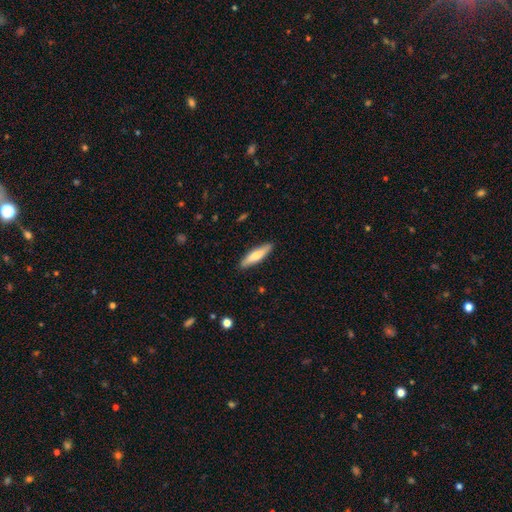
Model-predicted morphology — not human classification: smooth 68%, featured or disk 27%, star or artifact 5%. Down the decision tree: how rounded — cigar-shaped (79%); merging — none (88%).